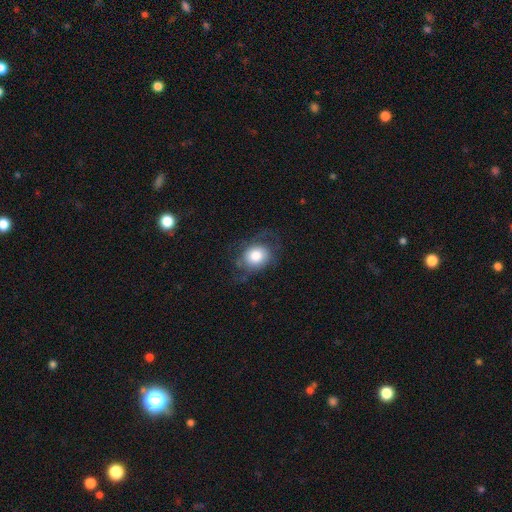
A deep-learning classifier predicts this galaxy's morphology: This is possibly a smooth galaxy (57%). How rounded: likely round (65%). Merging: possibly none (57%).